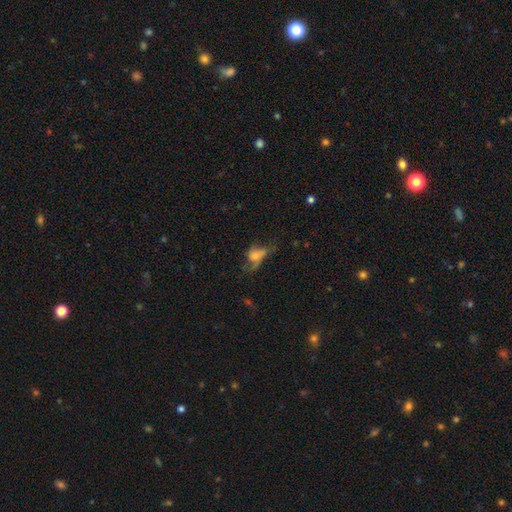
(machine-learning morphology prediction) Smooth or featured? smooth (45%)
Merging? major disturbance (45%)